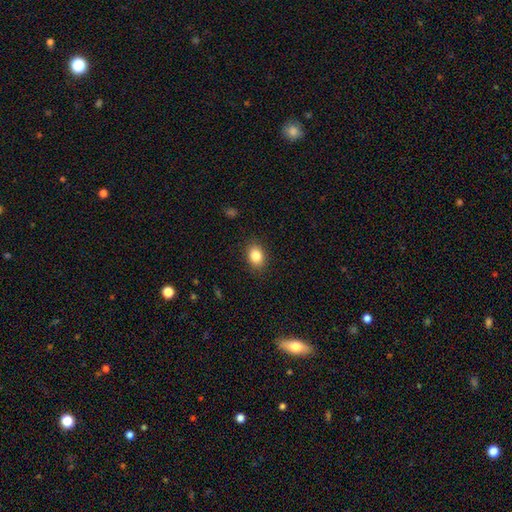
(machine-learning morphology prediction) A smooth galaxy with no disk features (85%) that is in between round and cigar-shaped (66%). Merging: none (87%).